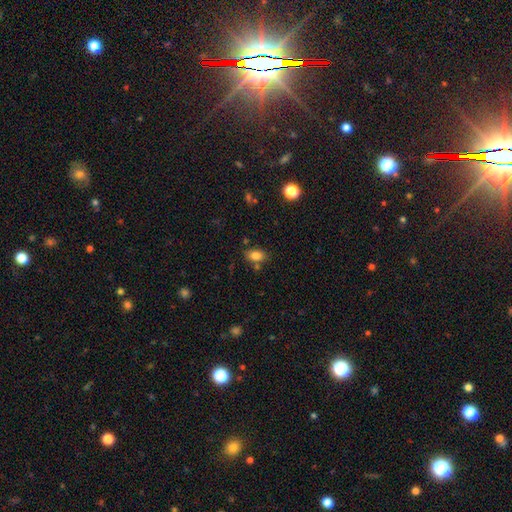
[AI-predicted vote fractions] Smooth or featured: smooth — 83% (star or artifact — 10%)
How rounded: in between — 86% (round — 11%)
Merging: none — 73% (minor disturbance — 14%)